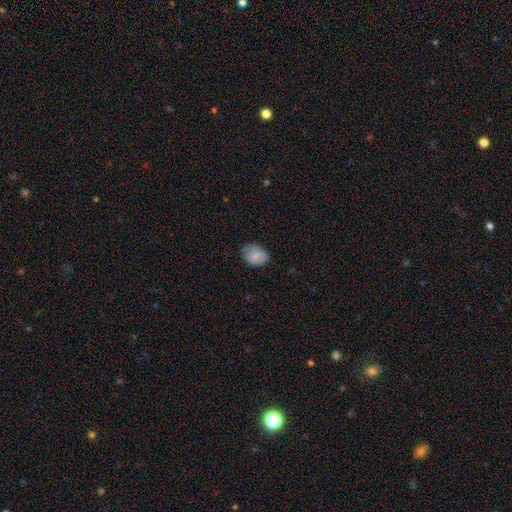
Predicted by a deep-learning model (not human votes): A smooth galaxy with no disk features (84%) that is in between round and cigar-shaped (70%). Merging: none (73%).